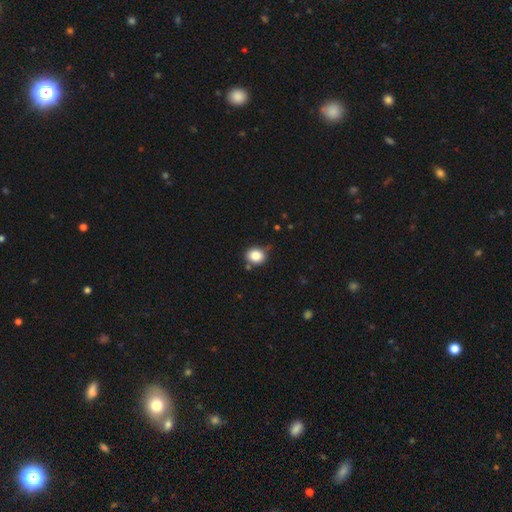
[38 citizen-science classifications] This is clearly a smooth galaxy (87%). How rounded: clearly round (85%). Merging: clearly none (86%).